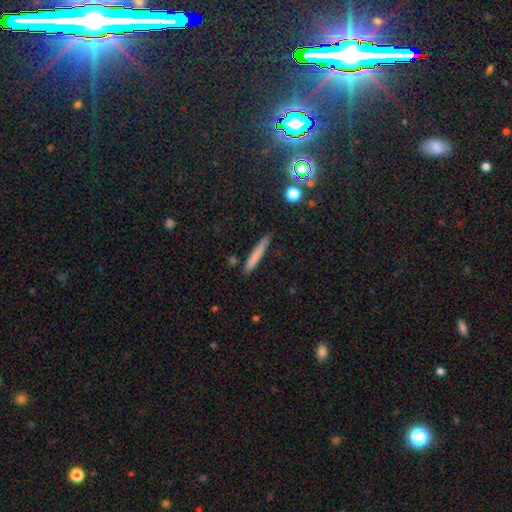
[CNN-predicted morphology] smooth 73%, featured or disk 19%, star or artifact 8%. Down the decision tree: how rounded — cigar-shaped (95%); merging — none (86%).